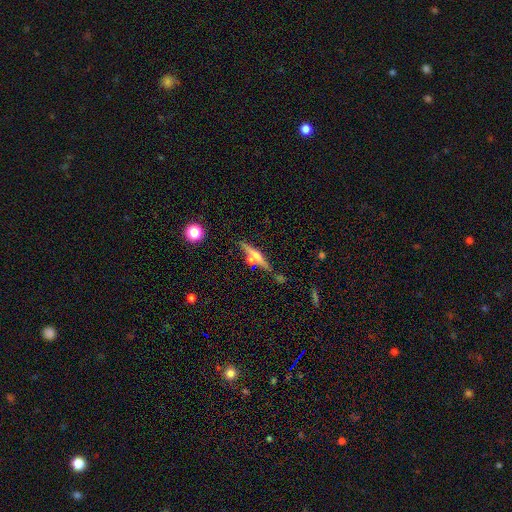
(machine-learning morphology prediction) featured or disk 56%, smooth 35%, star or artifact 9%. Down the decision tree: edge-on disk — yes (92%); edge-on bulge — rounded (80%); merging — none (69%).